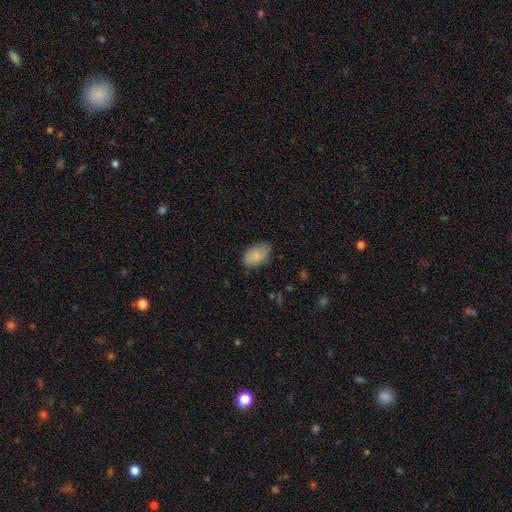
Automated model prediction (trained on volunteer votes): smooth-or-featured: smooth: 85% | featured or disk: 8% | star or artifact: 7%
  how-rounded: in between: 92% | round: 7% | cigar-shaped: 1%
  merging: none: 69% | minor disturbance: 25% | major disturbance: 5% | merger: 1%